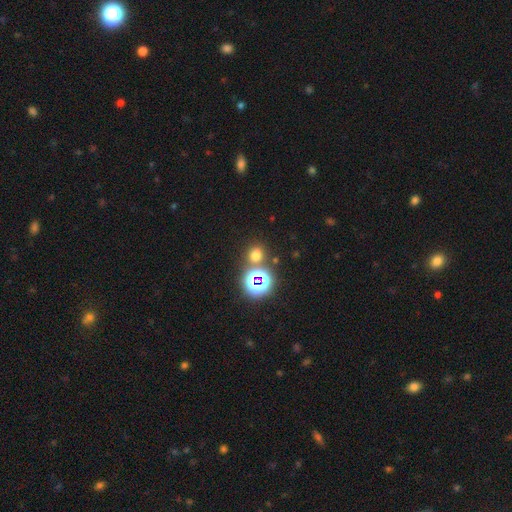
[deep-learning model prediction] The model was most divided on "smooth or featured": smooth: 61%, star or artifact: 32%, featured or disk: 6%. More confident: how rounded — round (81%); merging — none (76%).